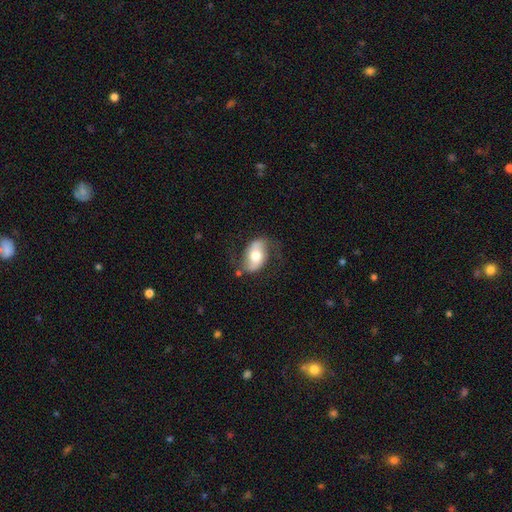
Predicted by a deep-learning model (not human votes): Smooth or featured? Predicted: featured or disk (p=0.55). Edge-on disk? Predicted: no (p=0.93). Bar? Predicted: no (p=0.48). Spiral arms? Predicted: yes (p=0.77). Bulge size? Predicted: moderate (p=0.65). Merging? Predicted: none (p=0.64).